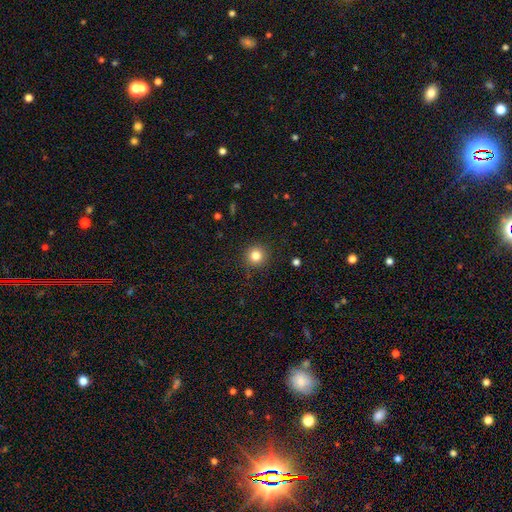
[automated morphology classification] smooth-or-featured: smooth: 82% | star or artifact: 12% | featured or disk: 6%
  how-rounded: round: 94% | in between: 5% | cigar-shaped: 1%
  merging: none: 90% | minor disturbance: 6% | major disturbance: 2% | merger: 1%